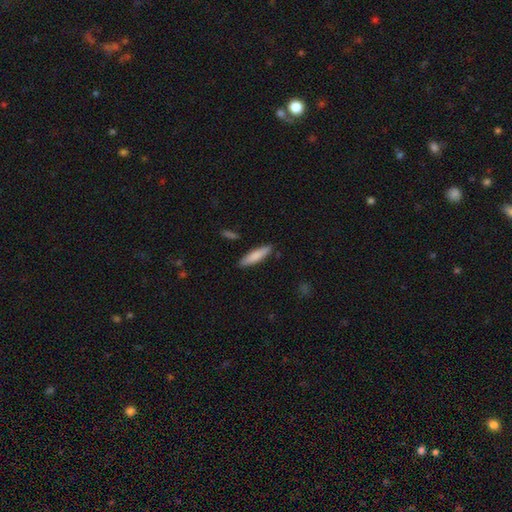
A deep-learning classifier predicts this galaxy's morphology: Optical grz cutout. It shows a smooth galaxy with no disk features (79%) that is cigar-shaped (74%). Merging: none (87%).